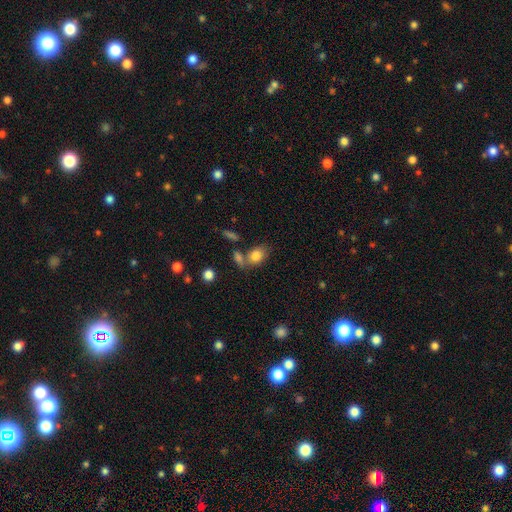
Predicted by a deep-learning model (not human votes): smooth 82%, featured or disk 10%, star or artifact 9%. Down the decision tree: how rounded — in between (75%); merging — none (53%).